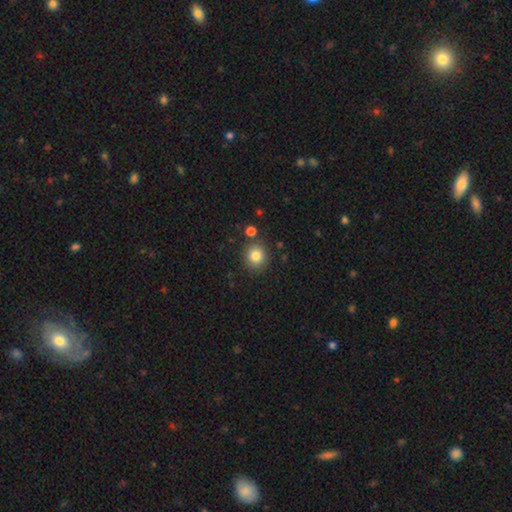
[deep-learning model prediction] A smooth galaxy with no disk features (84%) that is round (88%). Merging: none (84%).